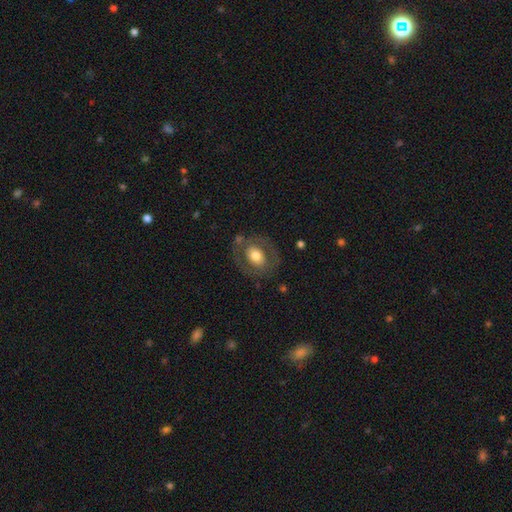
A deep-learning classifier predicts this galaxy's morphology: A smooth galaxy with no disk features (54%) that is in between round and cigar-shaped (50%).

Vote fractions:
- Smooth or featured? smooth: 54% / featured or disk: 39% / star or artifact: 7%
- How rounded? in between: 50% / round: 49% / cigar-shaped: 1%
- Merging? none: 75% / minor disturbance: 14% / major disturbance: 9% / merger: 3%